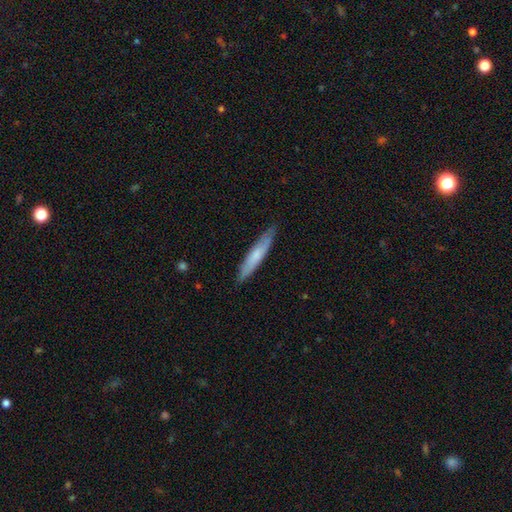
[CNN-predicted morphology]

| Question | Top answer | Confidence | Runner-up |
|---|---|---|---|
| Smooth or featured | smooth | 60% | featured or disk (34%) |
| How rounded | cigar-shaped | 90% | in between (8%) |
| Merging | none | 85% | minor disturbance (12%) |